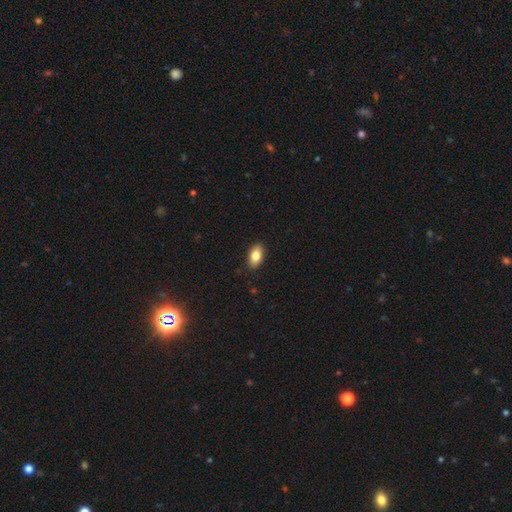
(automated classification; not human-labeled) A smooth galaxy with no disk features (82%) that is in between round and cigar-shaped (92%). Merging: none (89%).